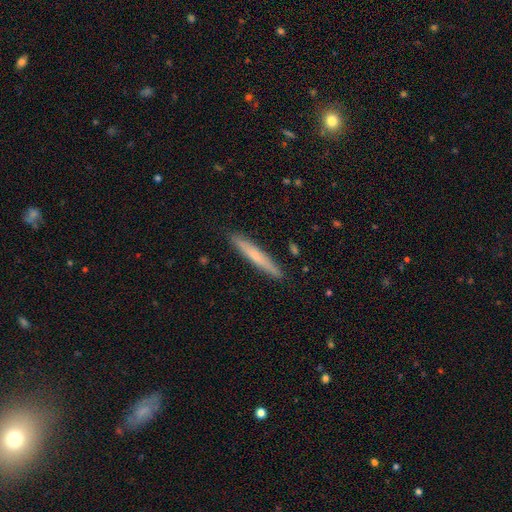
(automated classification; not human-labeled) smooth-or-featured: smooth: 63% | featured or disk: 32% | star or artifact: 6%
  how-rounded: cigar-shaped: 95% | in between: 3% | round: 1%
  merging: none: 90% | minor disturbance: 7% | major disturbance: 1% | merger: 1%